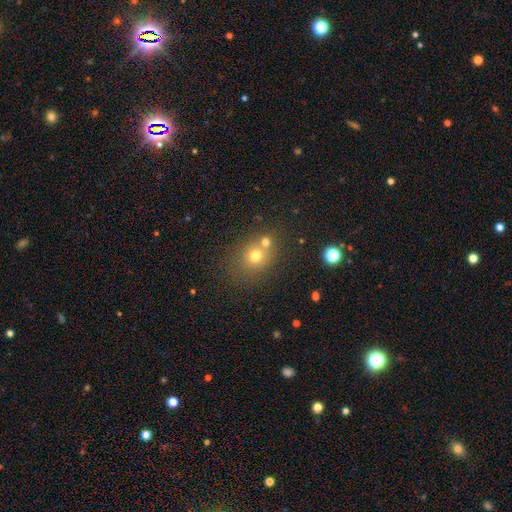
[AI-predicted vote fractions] This is likely a smooth galaxy (69%). How rounded: likely round (73%). Merging: possibly none (56%).